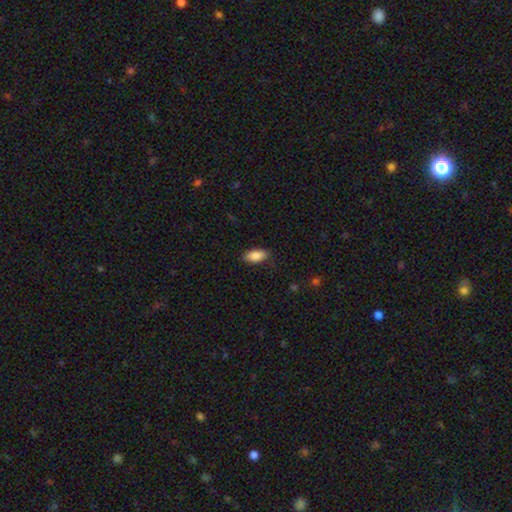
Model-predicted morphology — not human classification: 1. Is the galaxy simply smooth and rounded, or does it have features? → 86% smooth, 7% featured or disk, 7% star or artifact.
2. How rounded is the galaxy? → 88% in between, 10% cigar-shaped, 2% round.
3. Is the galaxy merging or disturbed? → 85% none, 12% minor disturbance, 2% major disturbance, 1% merger.